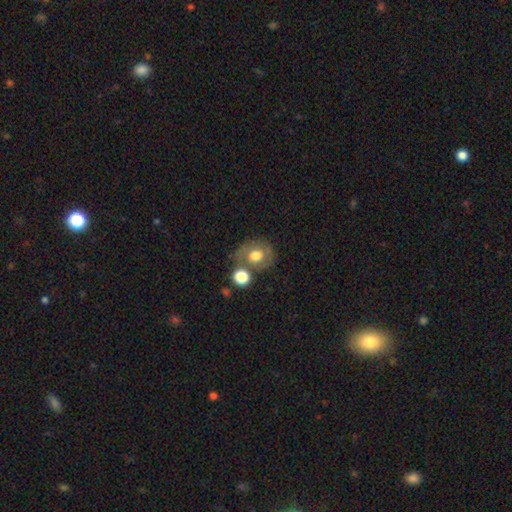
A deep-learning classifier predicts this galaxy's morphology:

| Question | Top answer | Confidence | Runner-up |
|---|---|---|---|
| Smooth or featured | smooth | 61% | featured or disk (29%) |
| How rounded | round | 60% | in between (39%) |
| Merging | none | 55% | merger (21%) |